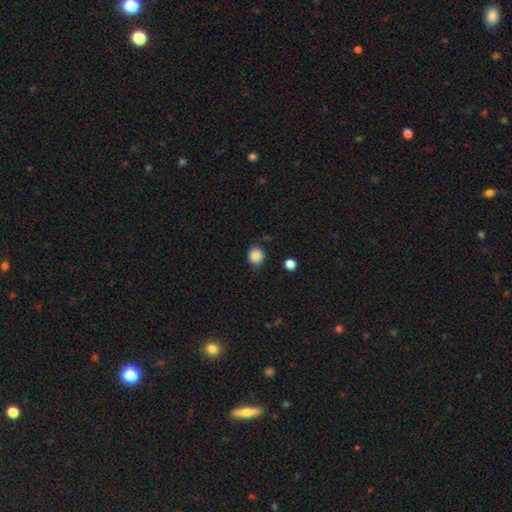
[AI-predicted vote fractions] This appears to be a smooth galaxy with no disk features (87%) that is round (81%). Merging: none (77%).